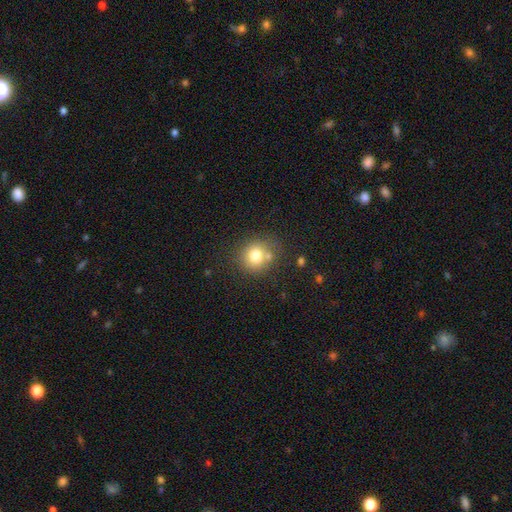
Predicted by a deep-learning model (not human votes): smooth 76%, star or artifact 12%, featured or disk 12%. Down the decision tree: how rounded — round (84%); merging — none (67%).